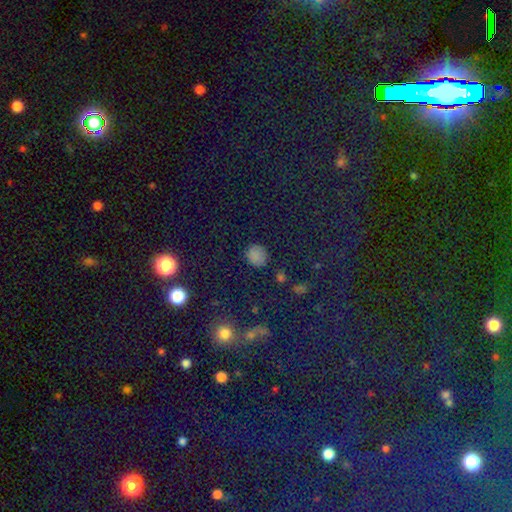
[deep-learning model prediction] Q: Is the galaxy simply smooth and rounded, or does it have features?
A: smooth — 73%.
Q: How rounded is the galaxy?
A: round — 86%.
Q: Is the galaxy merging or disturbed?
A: none — 85%.